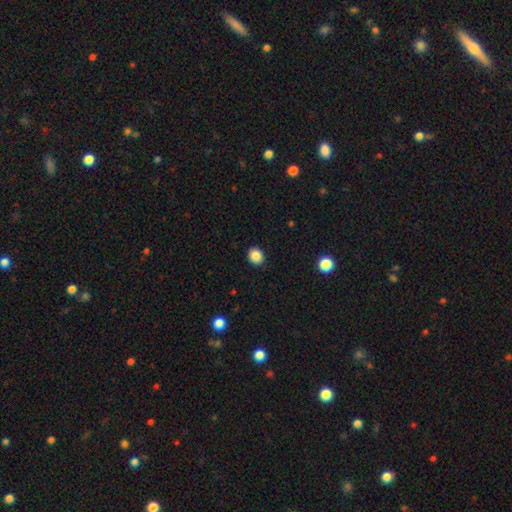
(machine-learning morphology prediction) The model was most divided on "how rounded": round: 63%, in between: 36%, cigar-shaped: 1%. More confident: merging — none (91%); smooth or featured — smooth (87%).